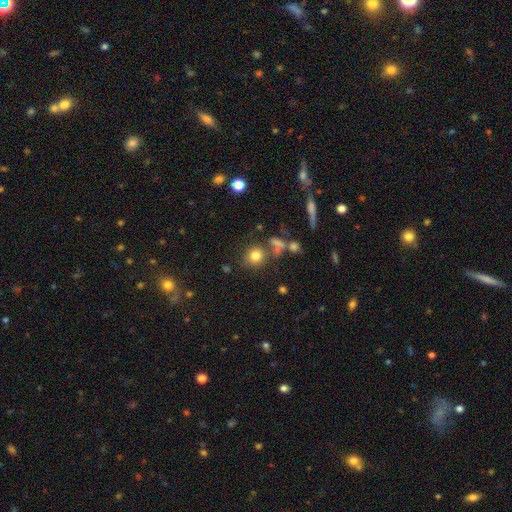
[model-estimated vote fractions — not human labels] Overall: smooth (78%). How rounded: round (82%). Merging: none (69%).